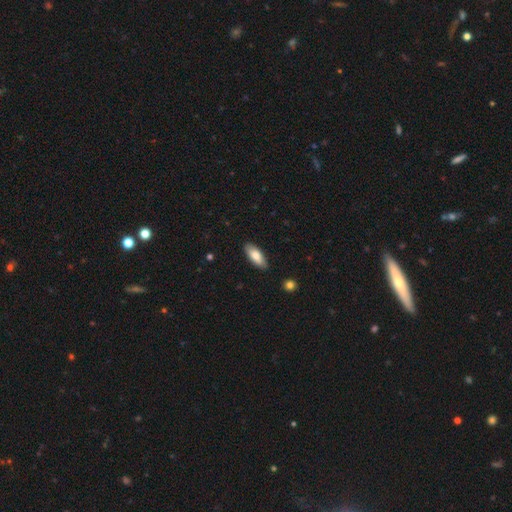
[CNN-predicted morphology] smooth-or-featured: smooth: 79% | featured or disk: 15% | star or artifact: 6%
  how-rounded: in between: 79% | cigar-shaped: 19% | round: 2%
  merging: none: 87% | minor disturbance: 10% | major disturbance: 2% | merger: 1%